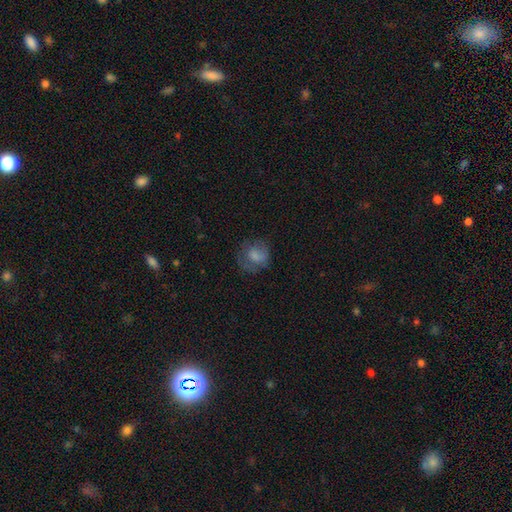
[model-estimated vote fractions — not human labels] Q: Smooth or featured?
A: smooth (68%); runner-up: featured or disk (22%)
Q: How rounded?
A: round (73%); runner-up: in between (26%)
Q: Merging?
A: none (57%); runner-up: minor disturbance (23%)